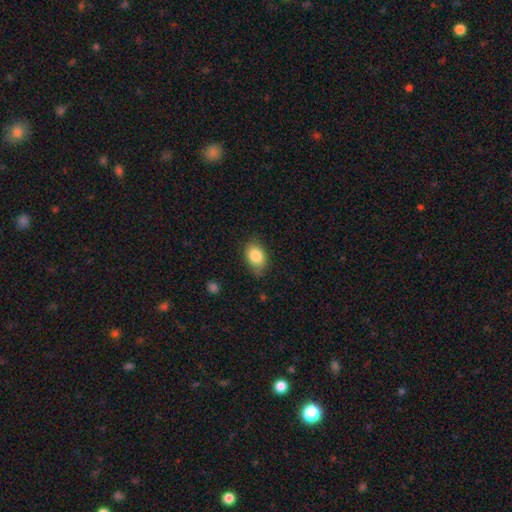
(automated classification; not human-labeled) smooth_or_featured: smooth (p=0.85) [alt: star or artifact p=0.08]
how_rounded: in between (p=0.76) [alt: round p=0.23]
merging: none (p=0.73) [alt: minor disturbance p=0.21]